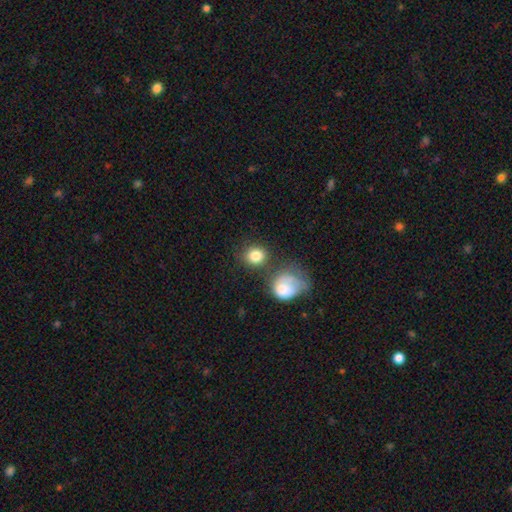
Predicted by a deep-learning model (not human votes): smooth-or-featured: smooth: 84% | star or artifact: 9% | featured or disk: 7%
  how-rounded: round: 80% | in between: 19% | cigar-shaped: 1%
  merging: none: 62% | merger: 18% | minor disturbance: 13% | major disturbance: 7%